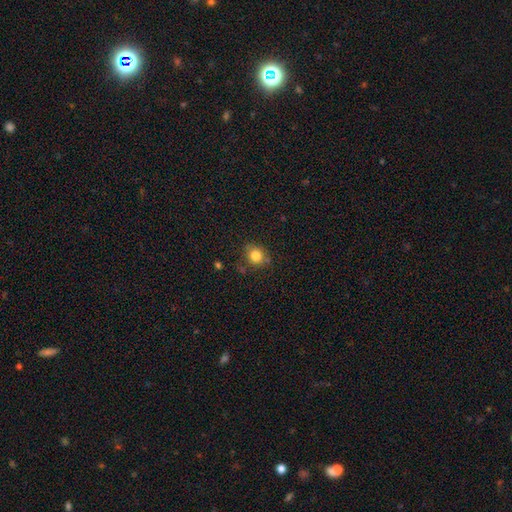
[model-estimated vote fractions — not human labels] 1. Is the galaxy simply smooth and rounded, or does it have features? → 82% smooth, 12% star or artifact, 7% featured or disk.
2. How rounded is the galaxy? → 84% round, 15% in between, 1% cigar-shaped.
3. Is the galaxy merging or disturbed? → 77% none, 14% minor disturbance, 5% merger, 4% major disturbance.